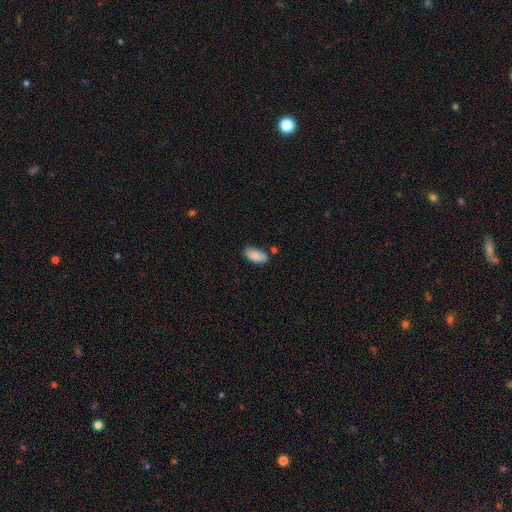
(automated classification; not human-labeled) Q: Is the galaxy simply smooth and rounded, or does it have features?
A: smooth — 87%.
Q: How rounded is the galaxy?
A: in between — 88%.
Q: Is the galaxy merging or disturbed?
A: none — 75%.